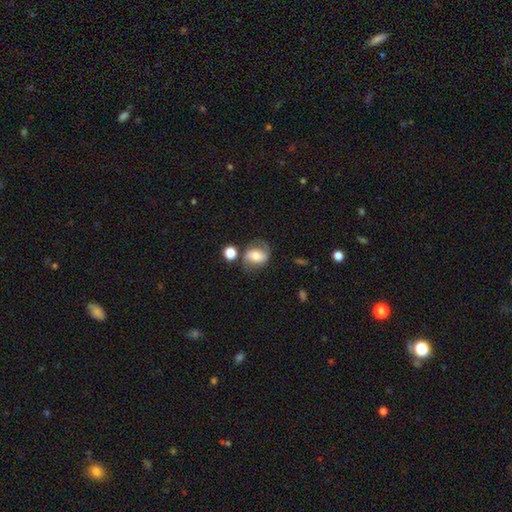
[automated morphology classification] The model was most divided on "smooth or featured": smooth: 47%, featured or disk: 44%, star or artifact: 9%. More confident: merging — none (62%).